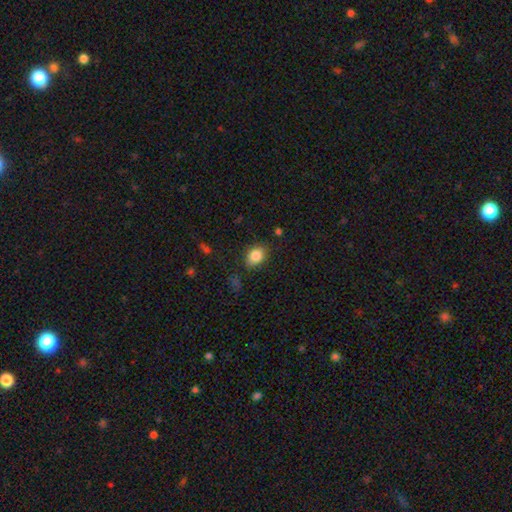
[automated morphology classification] Q: Smooth or featured?
A: smooth (85%); runner-up: star or artifact (9%)
Q: How rounded?
A: in between (67%); runner-up: round (32%)
Q: Merging?
A: none (76%); runner-up: minor disturbance (17%)